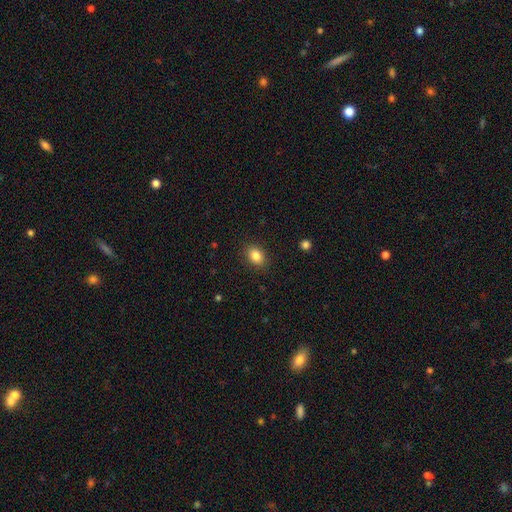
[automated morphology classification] smooth_or_featured: smooth (p=0.85) [alt: star or artifact p=0.09]
how_rounded: in between (p=0.68) [alt: round p=0.31]
merging: none (p=0.88) [alt: minor disturbance p=0.09]